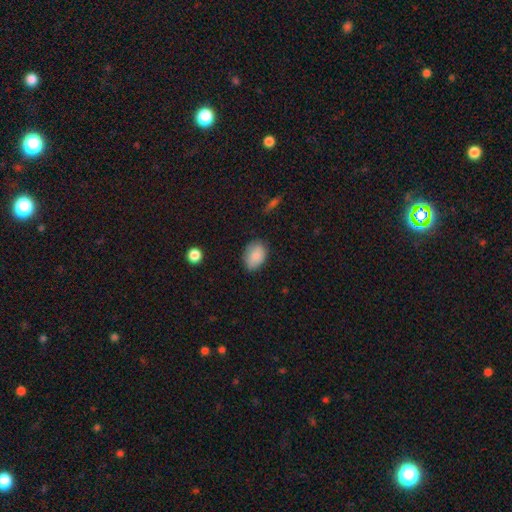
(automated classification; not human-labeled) smooth-or-featured: smooth: 86% | star or artifact: 8% | featured or disk: 6%
  how-rounded: in between: 77% | round: 22% | cigar-shaped: 1%
  merging: none: 76% | minor disturbance: 19% | major disturbance: 4% | merger: 1%